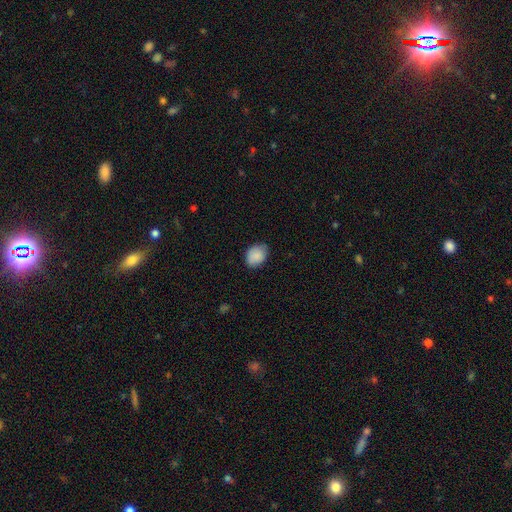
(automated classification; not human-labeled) Q: Smooth or featured?
A: smooth (88%); runner-up: star or artifact (7%)
Q: How rounded?
A: in between (59%); runner-up: round (40%)
Q: Merging?
A: none (75%); runner-up: minor disturbance (20%)